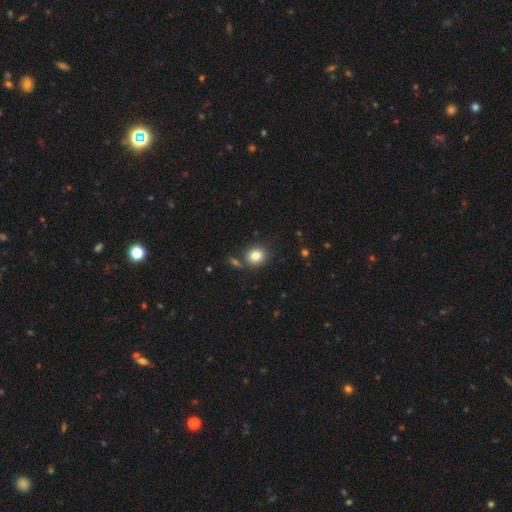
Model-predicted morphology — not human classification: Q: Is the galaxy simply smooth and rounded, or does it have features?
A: smooth — 83%.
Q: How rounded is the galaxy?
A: round — 63%.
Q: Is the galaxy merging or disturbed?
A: none — 75%.